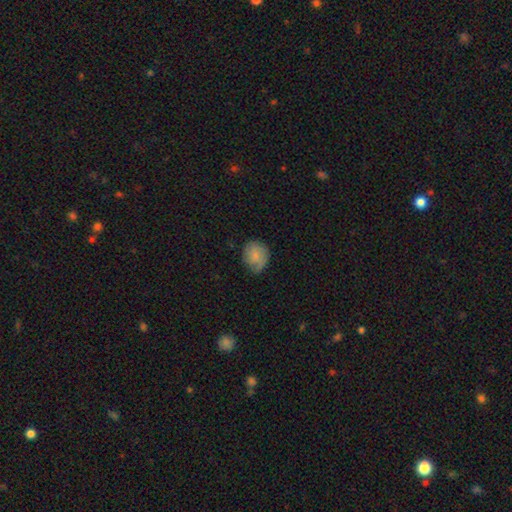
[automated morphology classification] This appears to be a smooth galaxy with no disk features (72%) that is round (72%). Merging: none (57%).